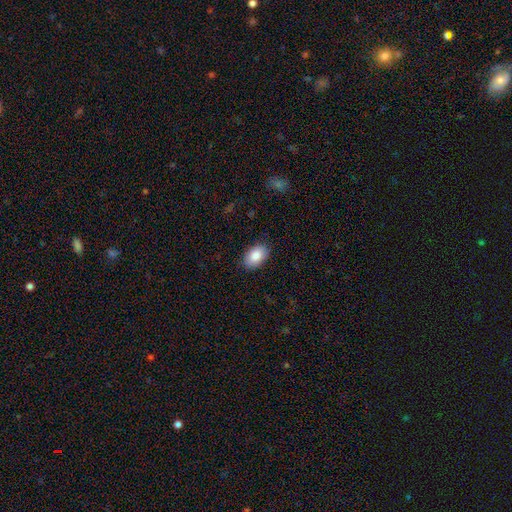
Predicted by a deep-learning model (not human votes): The model was most divided on "merging": none: 87%, minor disturbance: 10%, major disturbance: 2%, merger: 1%. More confident: how rounded — in between (91%); smooth or featured — smooth (86%).